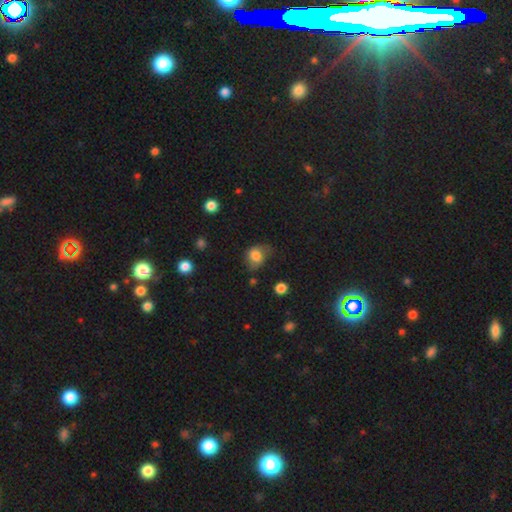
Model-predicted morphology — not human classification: Smooth or featured? smooth (75%)
How rounded? round (53%)
Merging? none (47%)